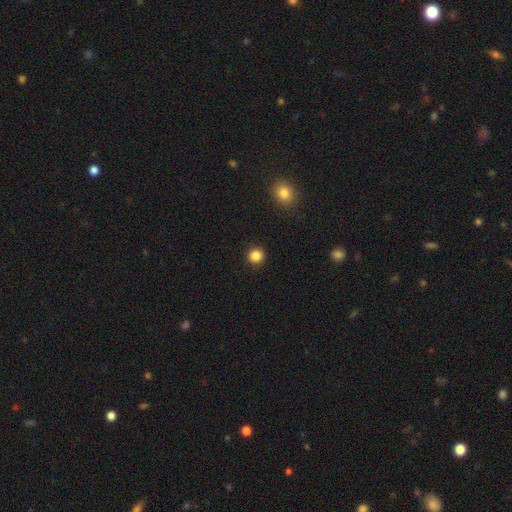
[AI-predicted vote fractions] Morphology: type=smooth (85%); roundness=round (93%); merging=none (92%).